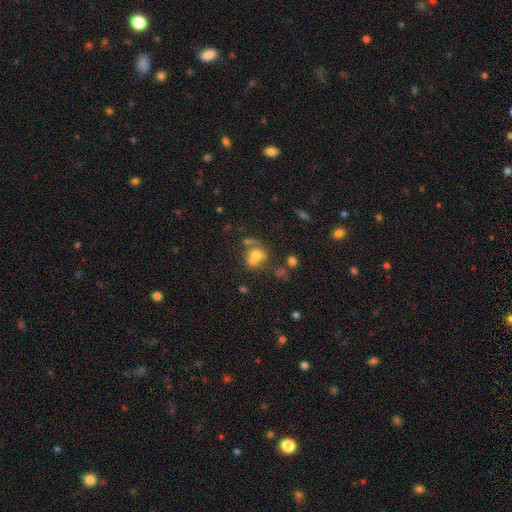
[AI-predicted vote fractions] The model was most divided on "merging": merger: 46%, none: 33%, minor disturbance: 12%, major disturbance: 9%. More confident: how rounded — round (65%); smooth or featured — smooth (62%).